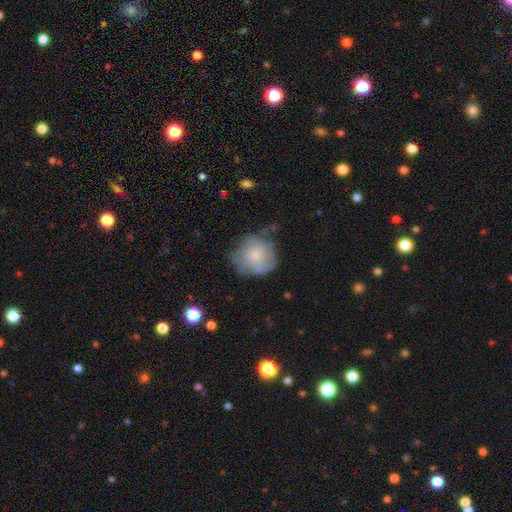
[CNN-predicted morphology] This is possibly a smooth galaxy (53%). How rounded: clearly round (84%). Merging: possibly none (54%).